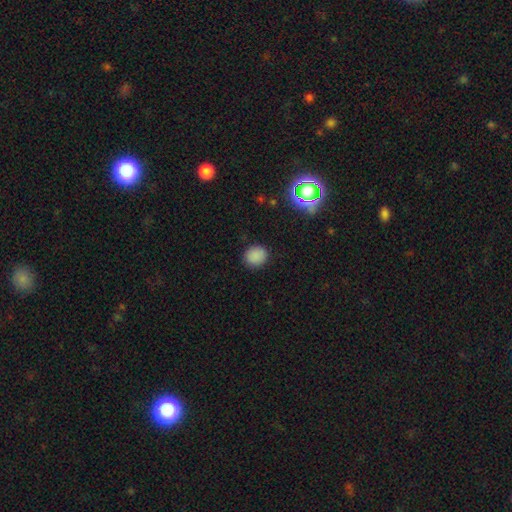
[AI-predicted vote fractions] A smooth galaxy with no disk features (84%) that is round (78%).

Vote fractions:
- Smooth or featured? smooth: 84% / star or artifact: 13% / featured or disk: 4%
- How rounded? round: 78% / in between: 21% / cigar-shaped: 1%
- Merging? none: 89% / minor disturbance: 8% / major disturbance: 2% / merger: 1%